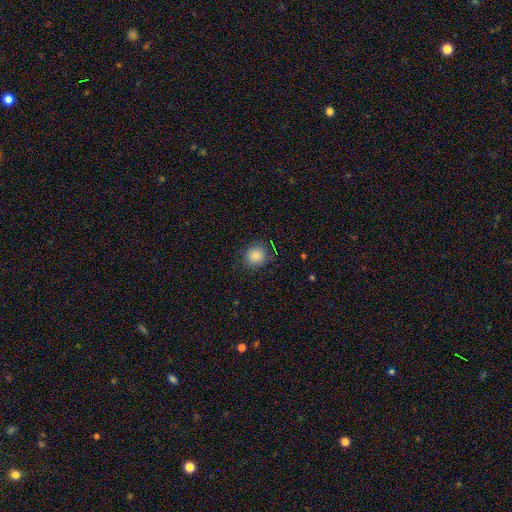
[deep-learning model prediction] Smooth or featured? smooth (84%)
How rounded? round (88%)
Merging? none (85%)